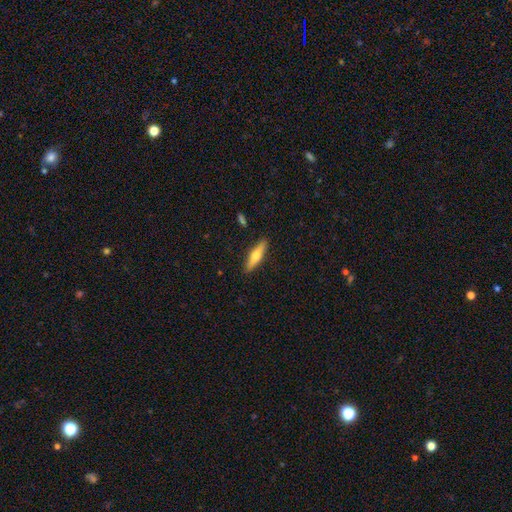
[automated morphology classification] The model was most divided on "smooth or featured": smooth: 55%, featured or disk: 39%, star or artifact: 6%. More confident: merging — none (89%); how rounded — cigar-shaped (71%).